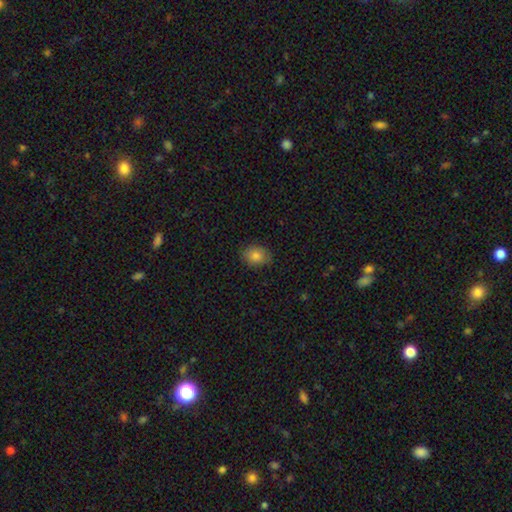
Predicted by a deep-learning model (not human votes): Overall: smooth (83%). How rounded: in between (58%; round 41%). Merging: none (83%).